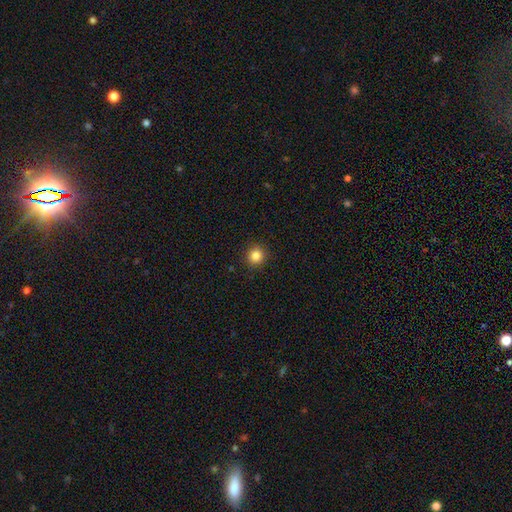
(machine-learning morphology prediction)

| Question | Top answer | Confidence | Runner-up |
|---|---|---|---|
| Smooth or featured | smooth | 85% | star or artifact (11%) |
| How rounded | round | 91% | in between (8%) |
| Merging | none | 91% | minor disturbance (6%) |